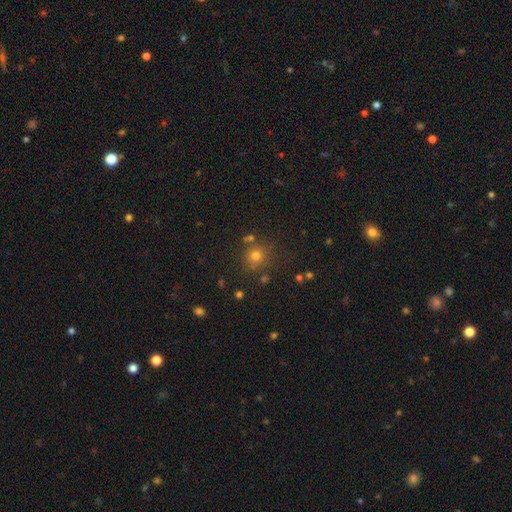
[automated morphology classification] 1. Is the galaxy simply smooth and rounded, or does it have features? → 71% smooth, 21% star or artifact, 7% featured or disk.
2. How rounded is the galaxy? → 91% round, 8% in between, 1% cigar-shaped.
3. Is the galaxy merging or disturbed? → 78% none, 10% minor disturbance, 9% merger, 4% major disturbance.